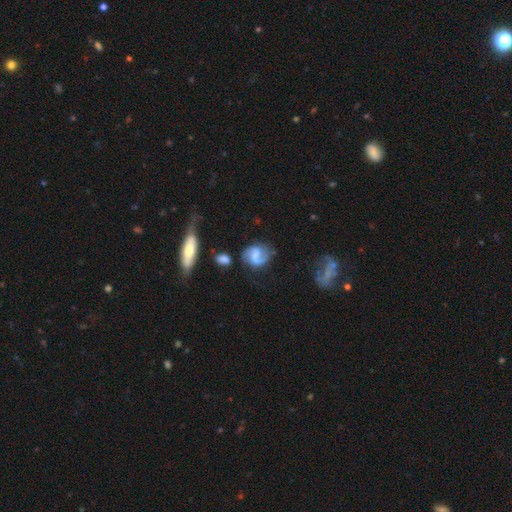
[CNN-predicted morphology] This is likely a featured or disk galaxy (72%). It is clearly not viewed edge-on (97%). Bar: possibly weak (49%). Spiral arm pattern: clearly yes (93%). Spiral arm count: clearly 2 (82%). Spiral winding: possibly medium (46%). Central bulge: possibly none (46%). Merging: likely none (65%).